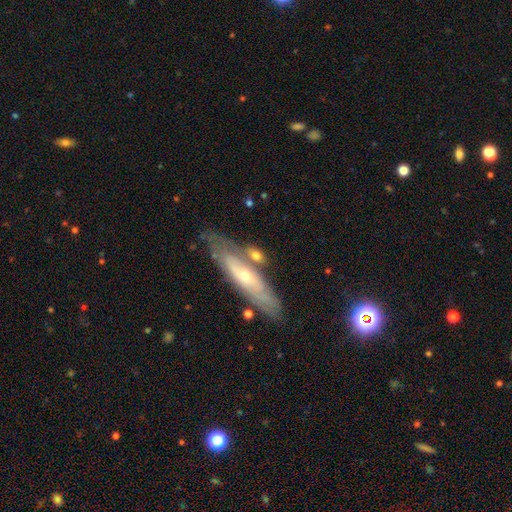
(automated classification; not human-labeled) Smooth or featured?
  - featured or disk: 53% *
  - smooth: 40%
  - star or artifact: 6%
Edge-on disk?
  - no: 52% *
  - yes: 48%
Merging?
  - none: 57% *
  - merger: 19%
  - minor disturbance: 17%
  - major disturbance: 6%